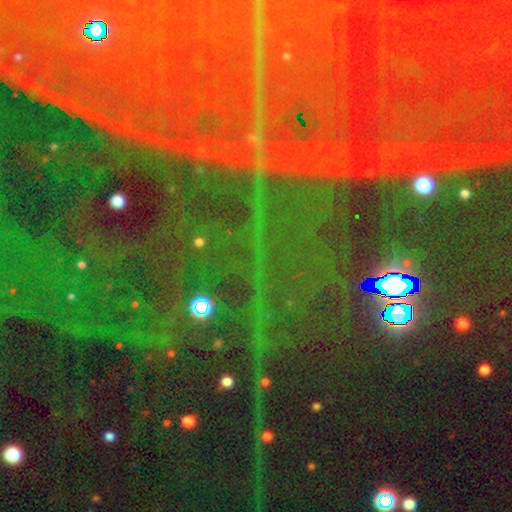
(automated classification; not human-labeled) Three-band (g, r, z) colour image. It shows a star or artifact, not a galaxy (88%).